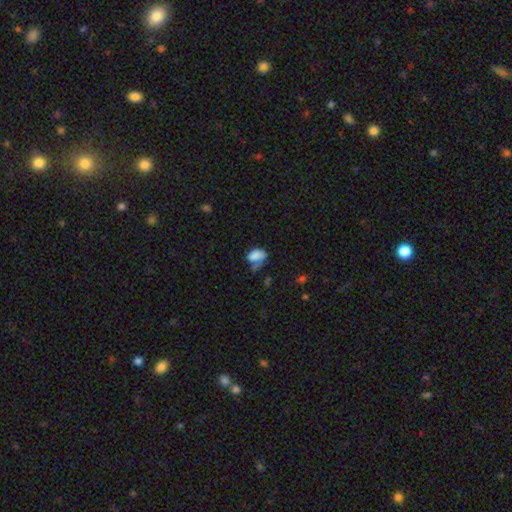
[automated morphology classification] Overall: smooth (78%). How rounded: in between (87%). Merging: none (34%; minor disturbance 27%).